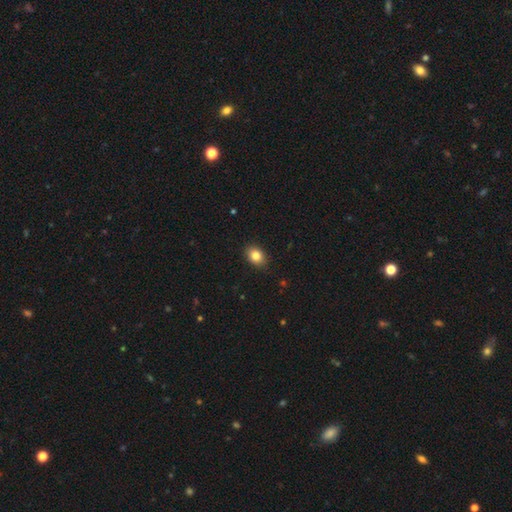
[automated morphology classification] Smooth or featured? smooth (84%)
How rounded? in between (68%)
Merging? none (87%)